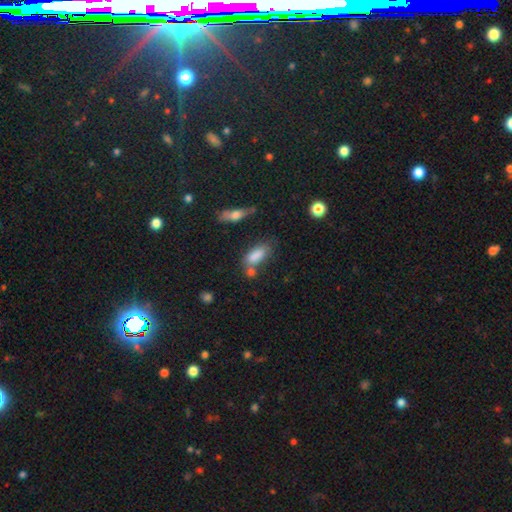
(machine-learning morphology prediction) This appears to be a smooth galaxy with no disk features (81%) that is in between round and cigar-shaped (78%). Merging: none (47%).